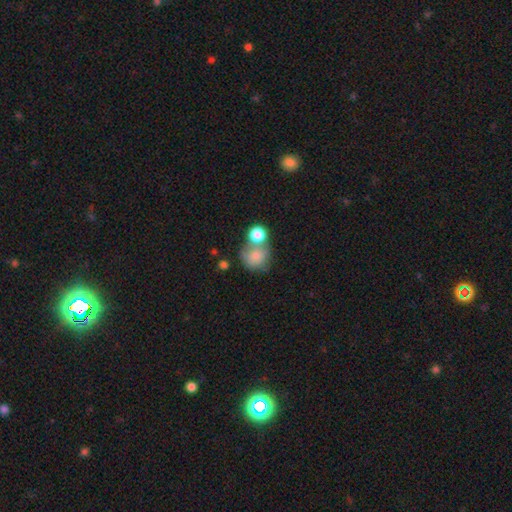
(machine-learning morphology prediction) Smooth or featured? smooth (79%)
How rounded? round (81%)
Merging? none (41%)